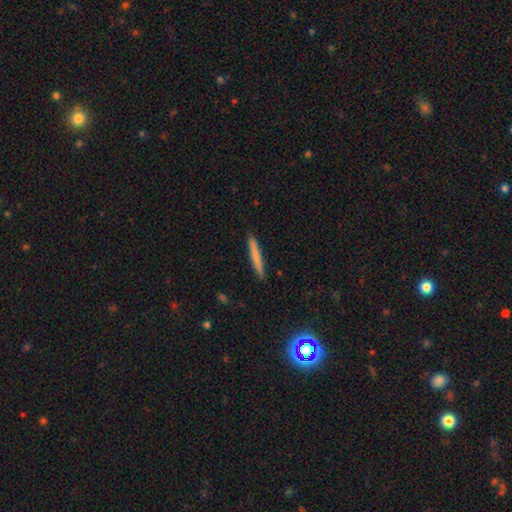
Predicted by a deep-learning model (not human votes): Smooth or featured: smooth — 73% (featured or disk — 20%)
How rounded: cigar-shaped — 96% (in between — 3%)
Merging: none — 91% (minor disturbance — 7%)